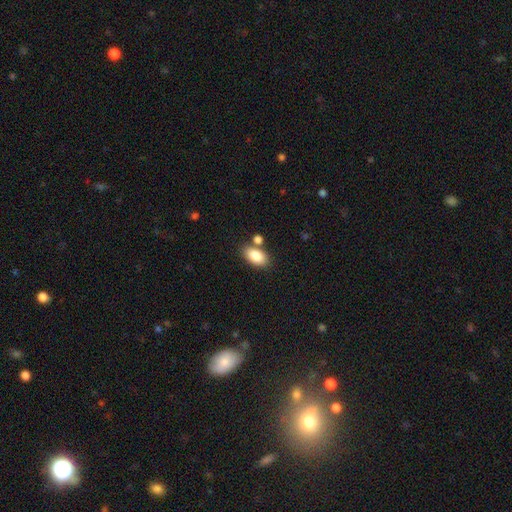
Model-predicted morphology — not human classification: Smooth or featured? Predicted: smooth (p=0.85). How rounded? Predicted: in between (p=0.92). Merging? Predicted: none (p=0.70).